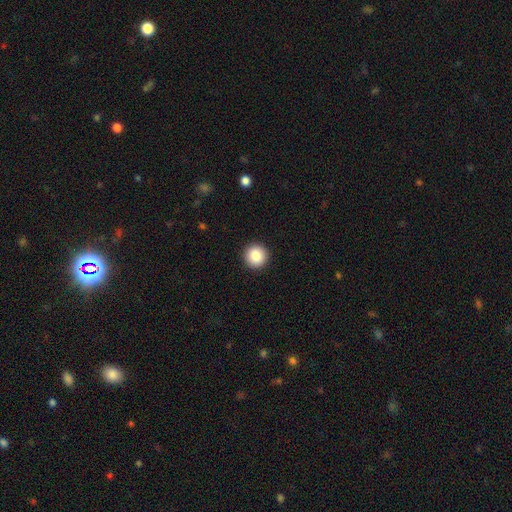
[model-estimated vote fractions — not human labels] Q: Smooth or featured?
A: smooth (86%); runner-up: star or artifact (9%)
Q: How rounded?
A: round (96%); runner-up: in between (3%)
Q: Merging?
A: none (93%); runner-up: minor disturbance (4%)